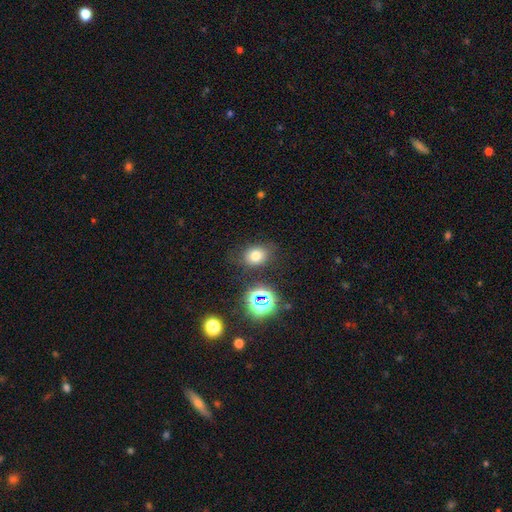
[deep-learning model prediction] Smooth or featured: smooth — 71% (star or artifact — 19%)
How rounded: in between — 51% (round — 48%)
Merging: none — 78% (minor disturbance — 13%)